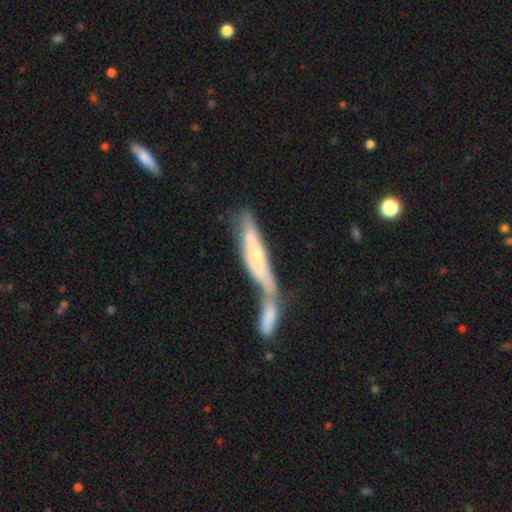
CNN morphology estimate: smooth-or-featured: featured or disk: 48% | smooth: 46% | star or artifact: 6%
  merging: merger: 69% | none: 15% | minor disturbance: 9% | major disturbance: 7%